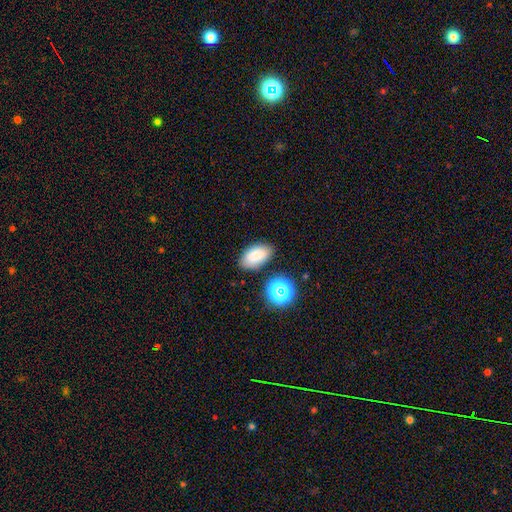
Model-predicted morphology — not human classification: A smooth galaxy with no disk features (81%) that is in between round and cigar-shaped (93%). Merging: none (78%).